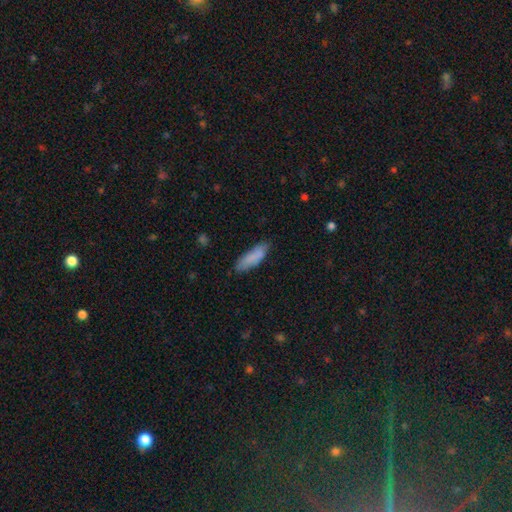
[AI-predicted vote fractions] smooth_or_featured: smooth (p=0.83) [alt: featured or disk p=0.10]
how_rounded: in between (p=0.51) [alt: cigar-shaped p=0.47]
merging: none (p=0.73) [alt: minor disturbance p=0.21]